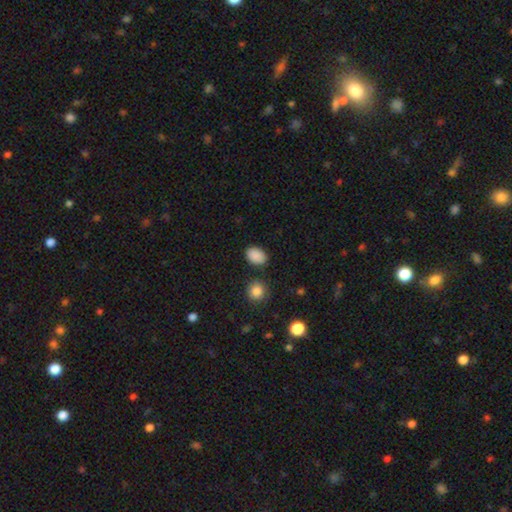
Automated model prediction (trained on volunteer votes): The model was most divided on "how rounded": in between: 76%, round: 23%, cigar-shaped: 1%. More confident: smooth or featured — smooth (88%); merging — none (83%).